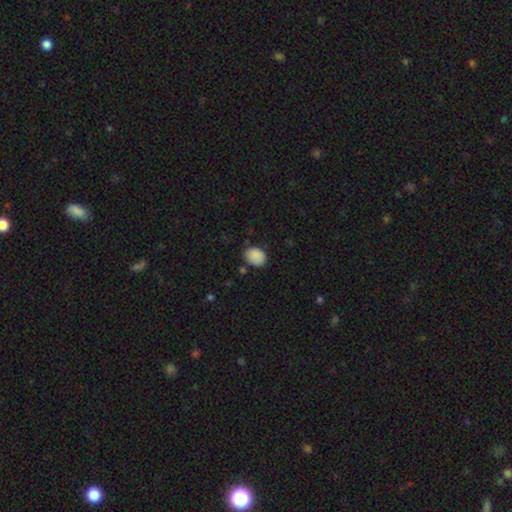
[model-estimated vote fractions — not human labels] Smooth or featured: smooth — 88% (star or artifact — 8%)
How rounded: in between — 55% (round — 44%)
Merging: none — 75% (minor disturbance — 18%)